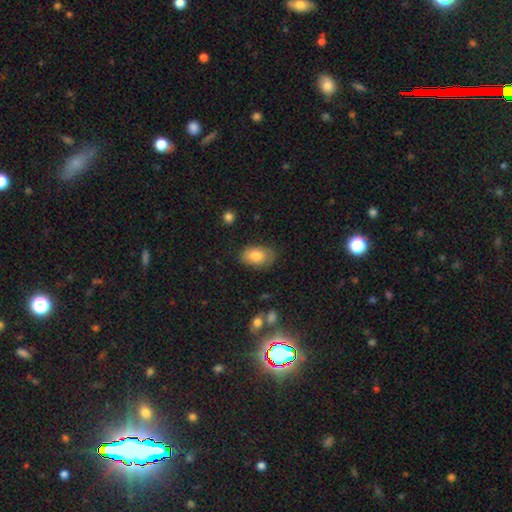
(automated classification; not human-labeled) Smooth or featured: smooth — 80% (featured or disk — 13%)
How rounded: in between — 89% (round — 9%)
Merging: none — 75% (minor disturbance — 19%)